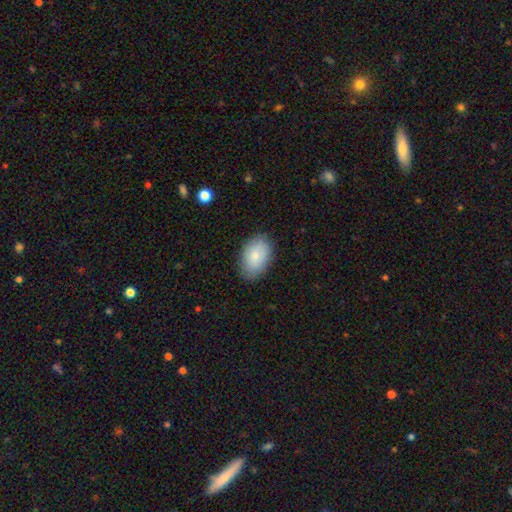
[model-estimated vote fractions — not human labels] Smooth or featured? smooth (85%)
How rounded? in between (91%)
Merging? none (84%)